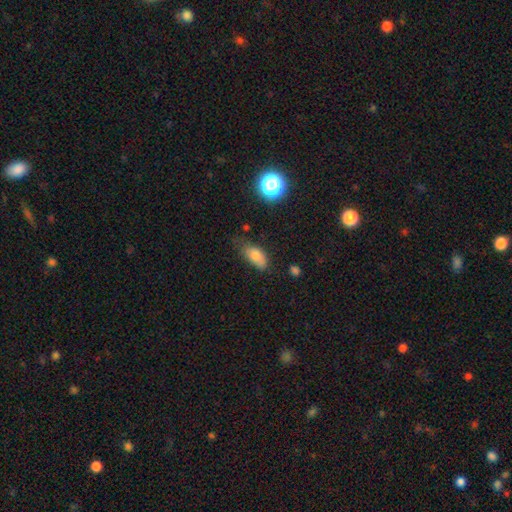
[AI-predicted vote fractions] A smooth galaxy with no disk features (78%) that is in between round and cigar-shaped (88%).

Vote fractions:
- Smooth or featured? smooth: 78% / featured or disk: 12% / star or artifact: 10%
- How rounded? in between: 88% / cigar-shaped: 6% / round: 6%
- Merging? none: 51% / minor disturbance: 35% / major disturbance: 11% / merger: 3%